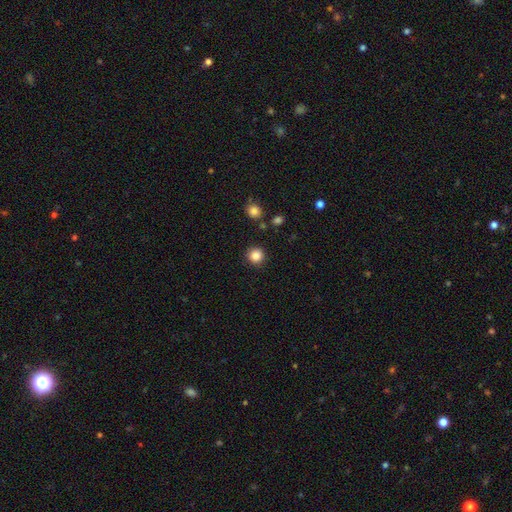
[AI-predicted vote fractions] smooth-or-featured: smooth: 86% | star or artifact: 11% | featured or disk: 4%
  how-rounded: round: 94% | in between: 5% | cigar-shaped: 1%
  merging: none: 89% | minor disturbance: 6% | merger: 2% | major disturbance: 2%